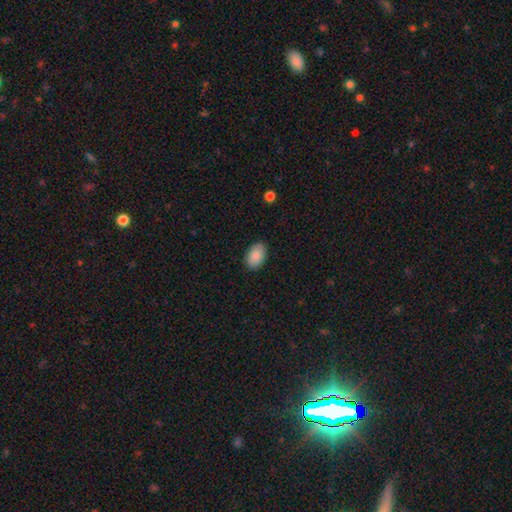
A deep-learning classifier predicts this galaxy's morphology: Smooth or featured: smooth — 88% (star or artifact — 7%)
How rounded: in between — 91% (round — 7%)
Merging: none — 88% (minor disturbance — 9%)